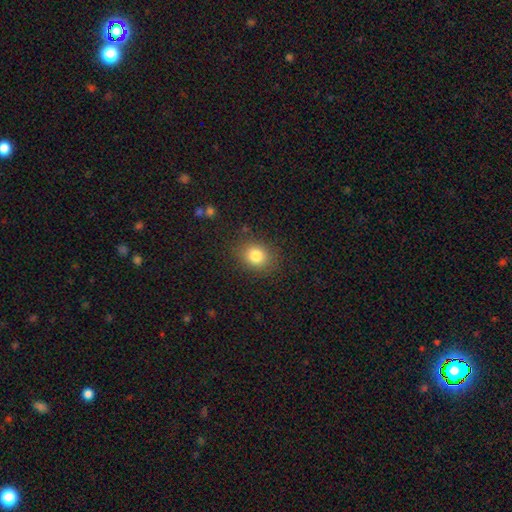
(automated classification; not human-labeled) smooth-or-featured: smooth: 82% | star or artifact: 11% | featured or disk: 7%
  how-rounded: round: 61% | in between: 38% | cigar-shaped: 1%
  merging: none: 85% | minor disturbance: 10% | major disturbance: 3% | merger: 1%